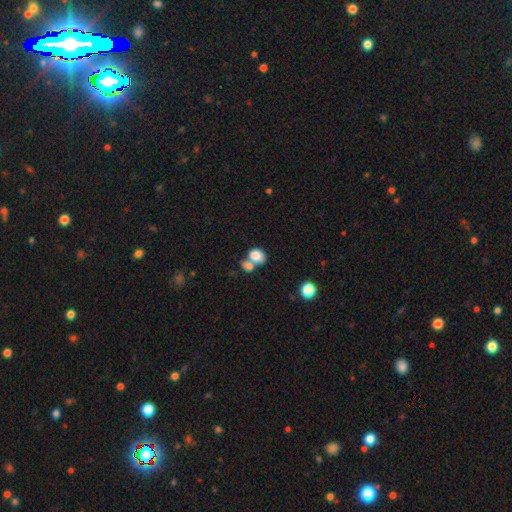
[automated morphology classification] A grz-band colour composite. It shows a smooth galaxy with no disk features (82%) that is in between round and cigar-shaped (62%). Merging: merger (57%).